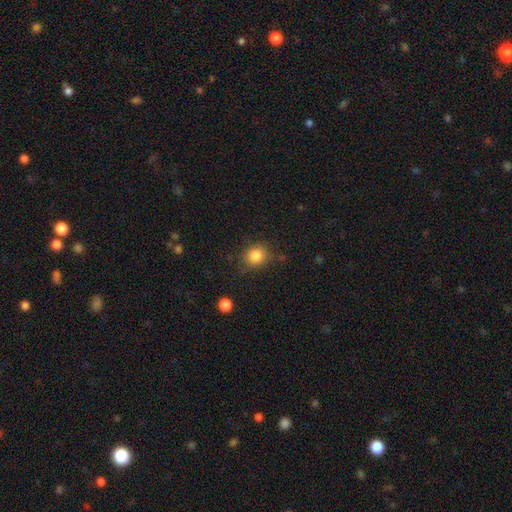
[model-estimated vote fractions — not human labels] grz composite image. It shows a smooth galaxy with no disk features (85%) that is round (80%). Merging: none (79%).